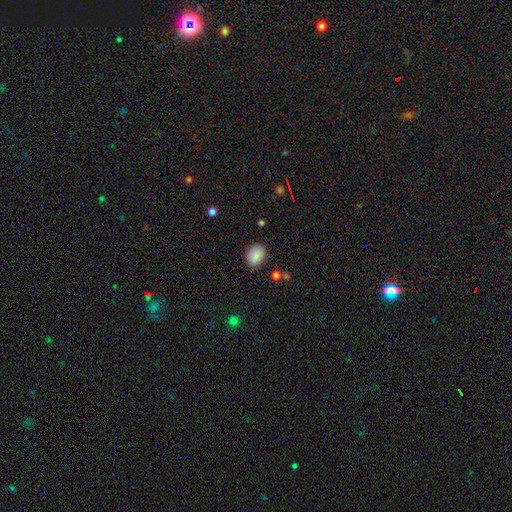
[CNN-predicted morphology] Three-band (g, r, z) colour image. It shows a smooth galaxy with no disk features (88%) that is in between round and cigar-shaped (71%). Merging: none (85%).